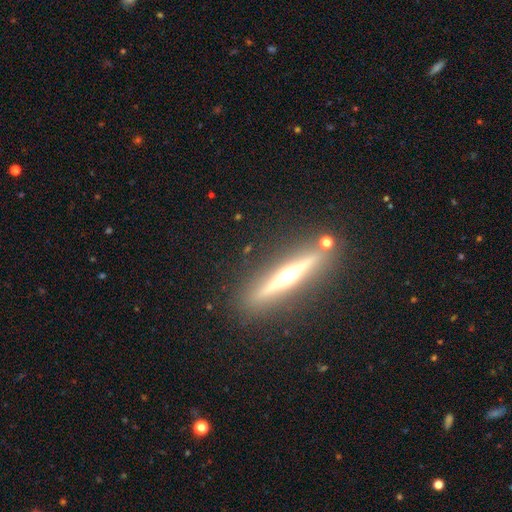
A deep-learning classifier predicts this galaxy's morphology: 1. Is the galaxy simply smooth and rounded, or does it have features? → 72% featured or disk, 20% smooth, 8% star or artifact.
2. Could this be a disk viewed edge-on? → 95% yes, 5% no.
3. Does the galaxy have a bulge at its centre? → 85% rounded, 10% none, 5% boxy.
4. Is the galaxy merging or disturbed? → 83% none, 10% minor disturbance, 3% merger, 3% major disturbance.